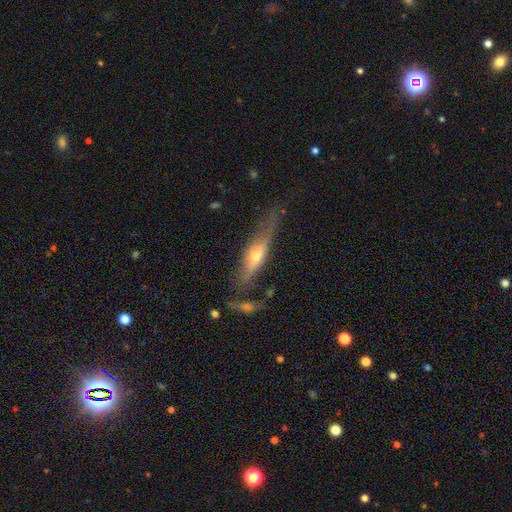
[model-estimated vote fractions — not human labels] The model was most divided on "smooth or featured": featured or disk: 60%, smooth: 33%, star or artifact: 7%. More confident: edge-on disk — yes (86%); edge-on bulge — rounded (85%); merging — none (62%).